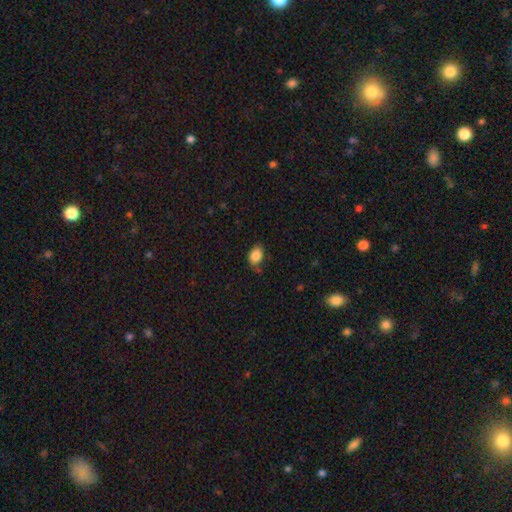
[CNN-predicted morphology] A smooth galaxy with no disk features (86%) that is in between round and cigar-shaped (80%). Merging: none (70%).